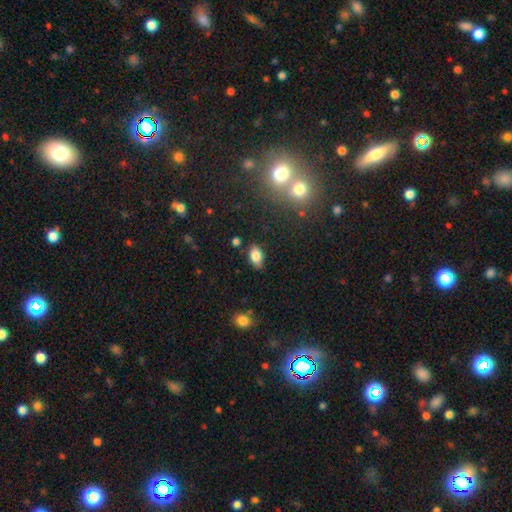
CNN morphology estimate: smooth 81%, featured or disk 10%, star or artifact 9%. Down the decision tree: how rounded — in between (90%); merging — none (76%).